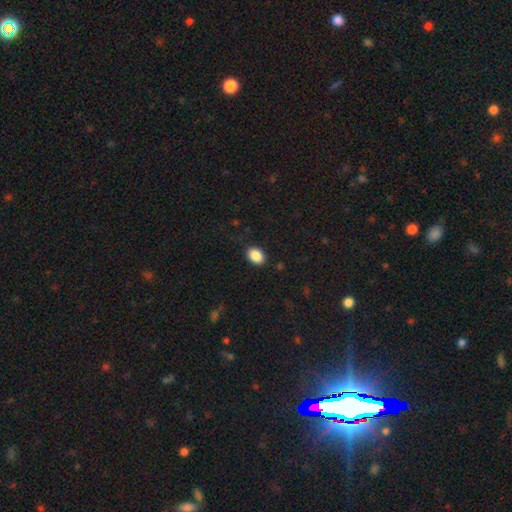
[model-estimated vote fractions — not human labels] Smooth or featured?
  - smooth: 89% *
  - star or artifact: 8%
  - featured or disk: 3%
How rounded?
  - in between: 76% *
  - round: 23%
  - cigar-shaped: 1%
Merging?
  - none: 88% *
  - minor disturbance: 9%
  - major disturbance: 2%
  - merger: 1%